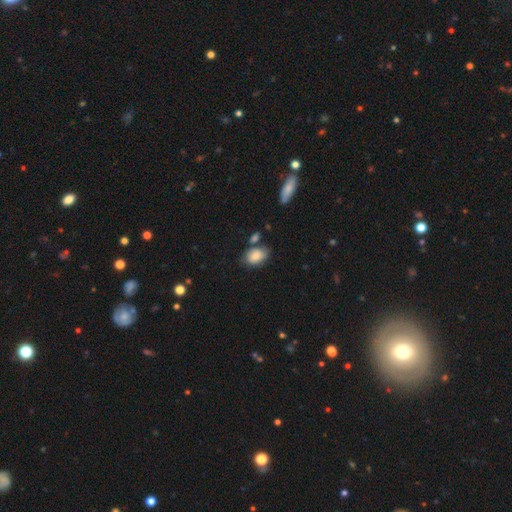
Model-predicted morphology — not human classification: This appears to be a smooth galaxy with no disk features (78%) that is in between round and cigar-shaped (85%). Merging: none (59%).